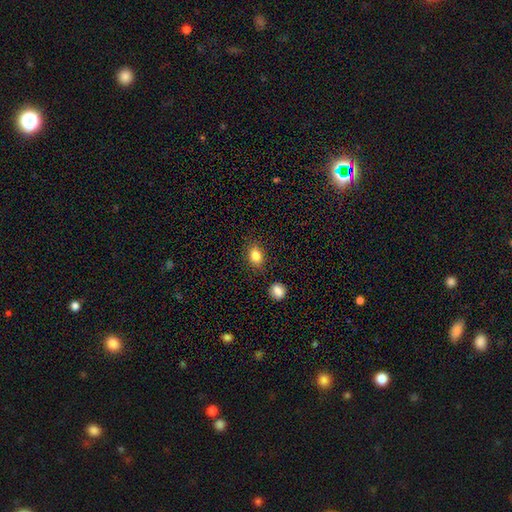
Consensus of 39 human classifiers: Smooth or featured? 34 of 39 (87%) said smooth. How rounded? 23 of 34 (68%) said in between. Merging? 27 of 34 (79%) said none.